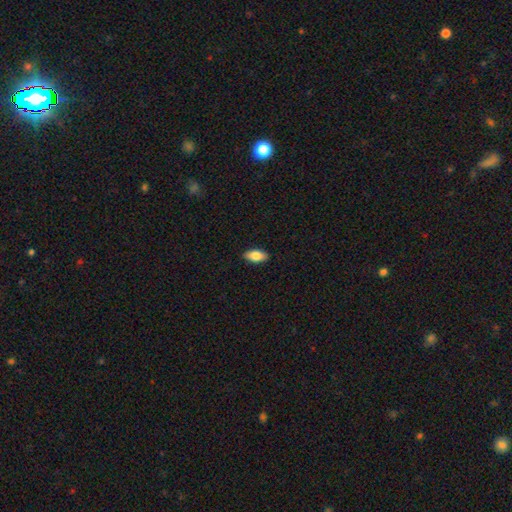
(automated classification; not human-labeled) The model was most divided on "smooth or featured": smooth: 83%, featured or disk: 10%, star or artifact: 6%. More confident: how rounded — in between (90%); merging — none (90%).